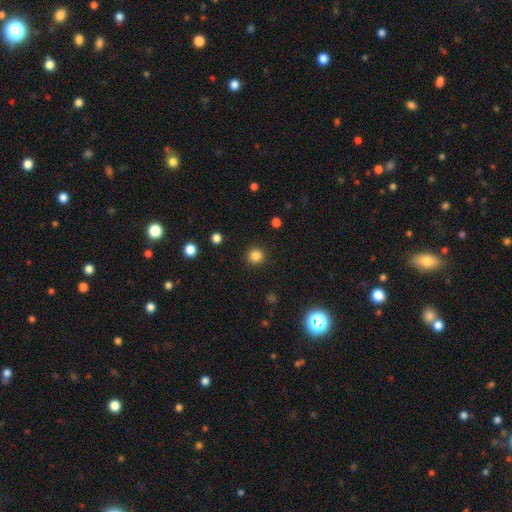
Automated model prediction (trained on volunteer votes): A smooth galaxy with no disk features (83%) that is round (95%).

Vote fractions:
- Smooth or featured? smooth: 83% / star or artifact: 13% / featured or disk: 4%
- How rounded? round: 95% / in between: 4% / cigar-shaped: 1%
- Merging? none: 92% / minor disturbance: 5% / major disturbance: 2% / merger: 1%